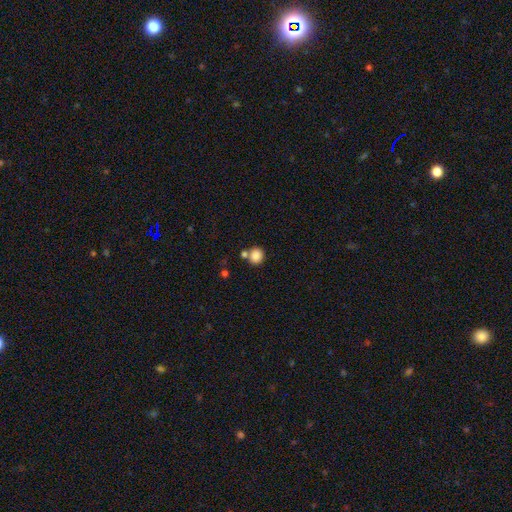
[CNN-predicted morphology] A smooth galaxy with no disk features (85%) that is round (84%). Merging: none (66%).